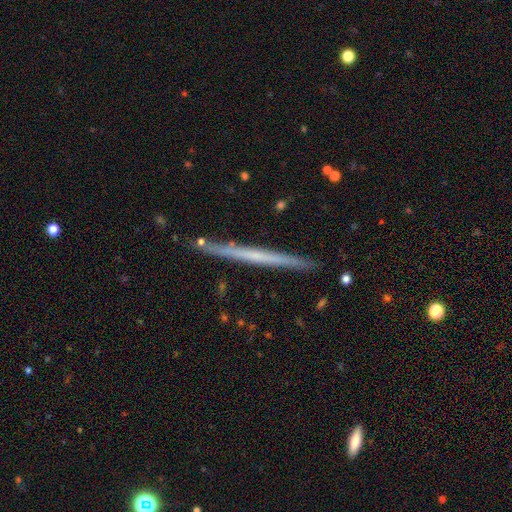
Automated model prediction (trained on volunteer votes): Smooth or featured? featured or disk (57%)
Edge-on disk? yes (97%)
Edge-on bulge? none (88%)
Merging? none (90%)